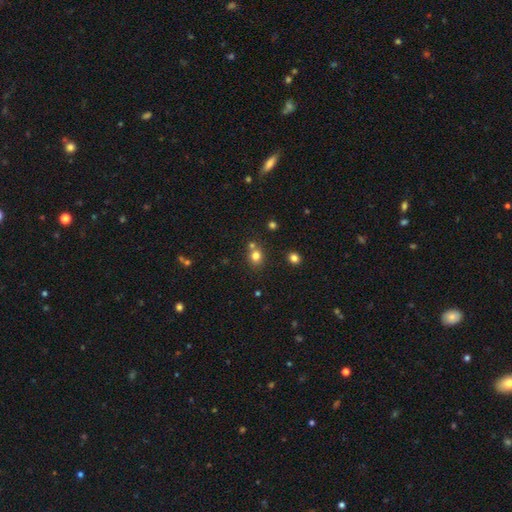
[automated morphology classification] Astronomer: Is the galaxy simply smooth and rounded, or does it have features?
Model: smooth — 77%.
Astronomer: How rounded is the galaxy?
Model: round — 73%.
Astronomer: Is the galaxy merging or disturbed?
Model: none — 63%.